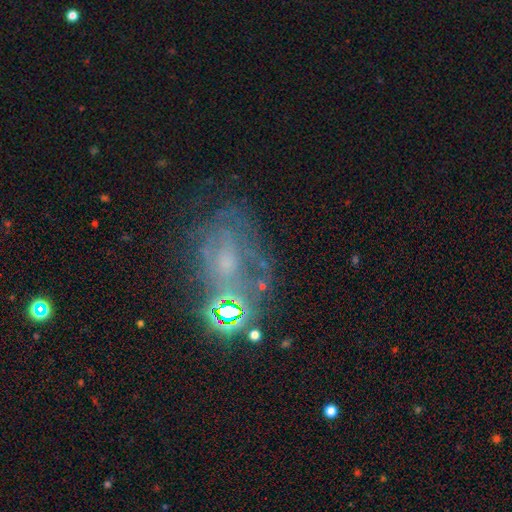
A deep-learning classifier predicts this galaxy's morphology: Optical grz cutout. It shows a featured or disk galaxy (50%). Merging: none (47%).